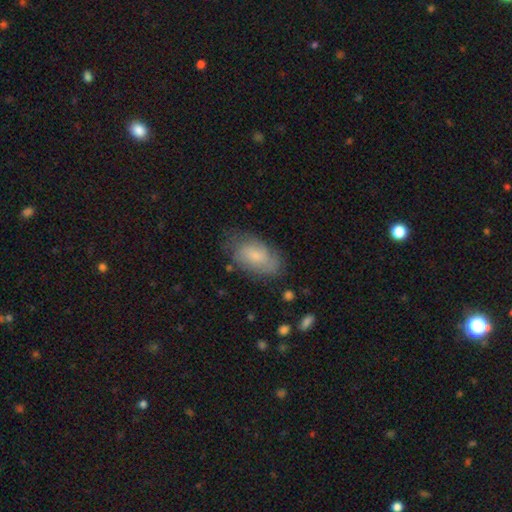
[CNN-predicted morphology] type=smooth (60%); roundness=in between (92%); merging=none (66%).